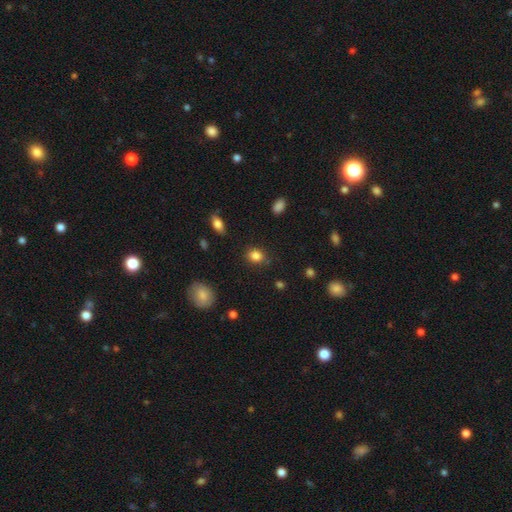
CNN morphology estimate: smooth-or-featured: smooth: 85% | star or artifact: 10% | featured or disk: 5%
  how-rounded: round: 53% | in between: 45% | cigar-shaped: 1%
  merging: none: 81% | minor disturbance: 14% | major disturbance: 3% | merger: 2%